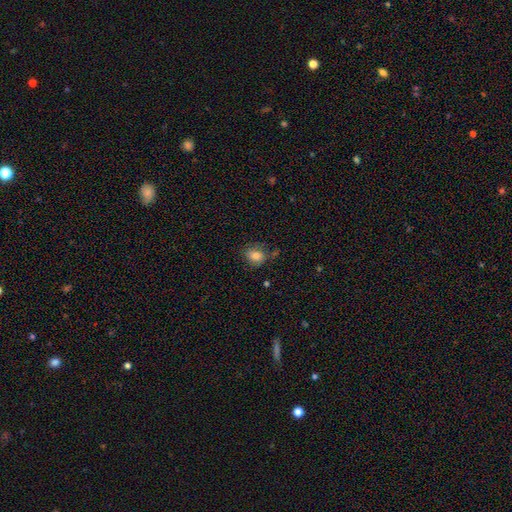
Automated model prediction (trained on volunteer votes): This appears to be a smooth galaxy with no disk features (81%) that is round (51%). Merging: none (66%).